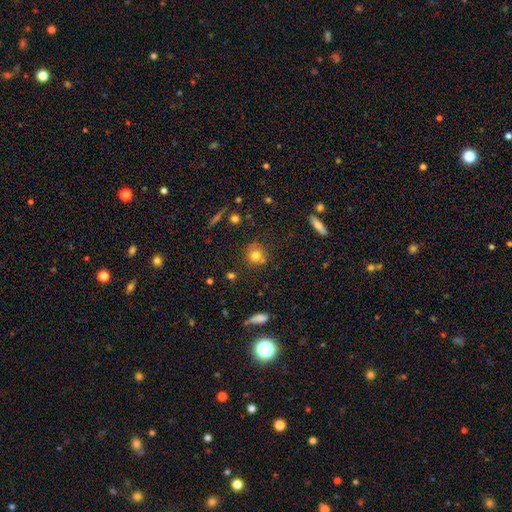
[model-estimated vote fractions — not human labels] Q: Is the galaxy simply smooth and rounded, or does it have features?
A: smooth — 75%.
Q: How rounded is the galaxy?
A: round — 86%.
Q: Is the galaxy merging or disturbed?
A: none — 69%.